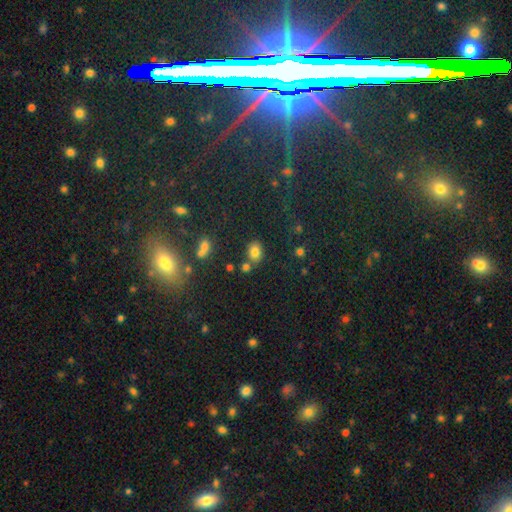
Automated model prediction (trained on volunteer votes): A smooth galaxy with no disk features (52%) that is in between round and cigar-shaped (58%).

Vote fractions:
- Smooth or featured? smooth: 52% / star or artifact: 37% / featured or disk: 11%
- How rounded? in between: 58% / round: 36% / cigar-shaped: 6%
- Merging? none: 75% / minor disturbance: 12% / merger: 8% / major disturbance: 5%